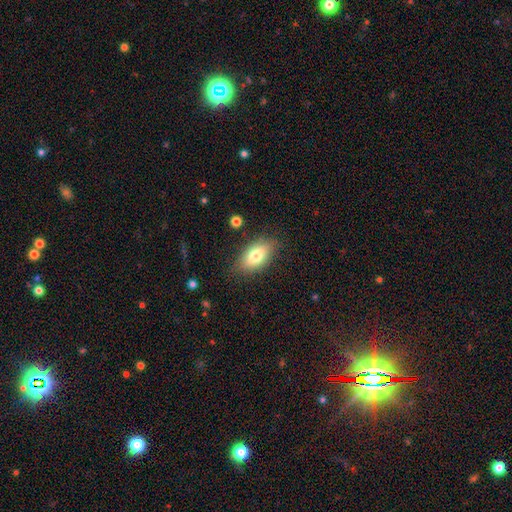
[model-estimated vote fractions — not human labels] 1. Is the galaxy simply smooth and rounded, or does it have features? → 74% smooth, 18% featured or disk, 8% star or artifact.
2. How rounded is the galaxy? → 88% in between, 7% cigar-shaped, 5% round.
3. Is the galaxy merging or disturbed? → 81% none, 14% minor disturbance, 4% major disturbance, 2% merger.